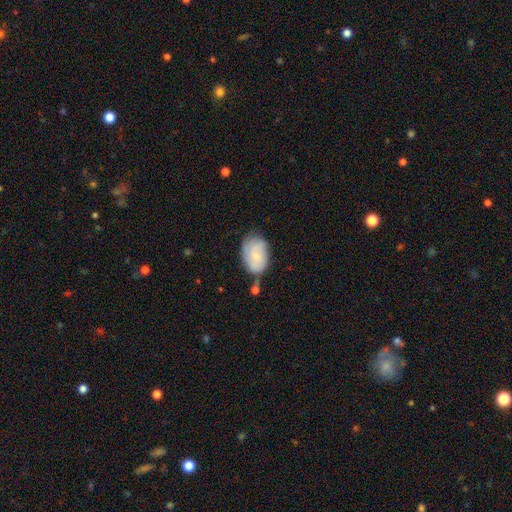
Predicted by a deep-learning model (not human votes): This appears to be a smooth galaxy with no disk features (59%) that is in between round and cigar-shaped (86%). Merging: none (54%).